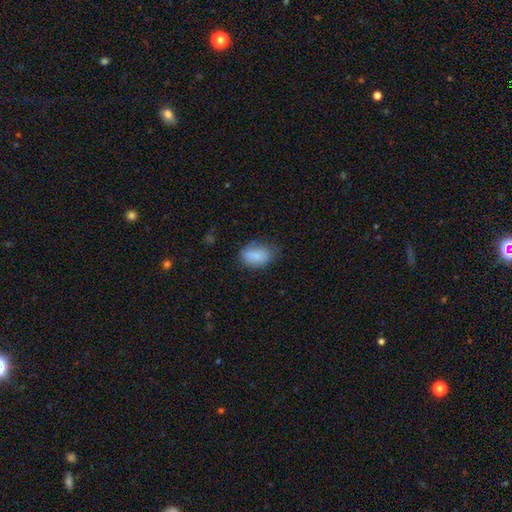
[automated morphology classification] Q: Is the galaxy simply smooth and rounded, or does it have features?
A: smooth — 84%.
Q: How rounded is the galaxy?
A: in between — 84%.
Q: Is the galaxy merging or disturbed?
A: none — 60%.